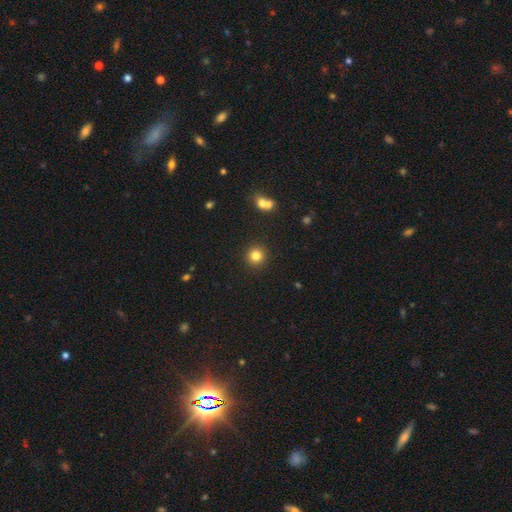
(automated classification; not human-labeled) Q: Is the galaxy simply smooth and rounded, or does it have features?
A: smooth — 81%.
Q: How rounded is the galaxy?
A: round — 94%.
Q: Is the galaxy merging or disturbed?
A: none — 91%.